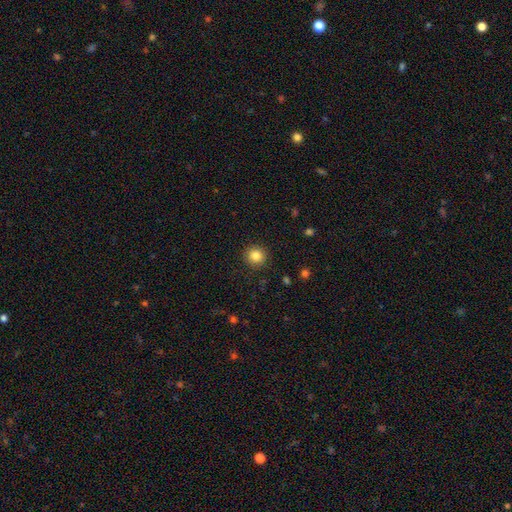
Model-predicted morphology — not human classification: A smooth galaxy with no disk features (84%) that is round (93%). Merging: none (91%).